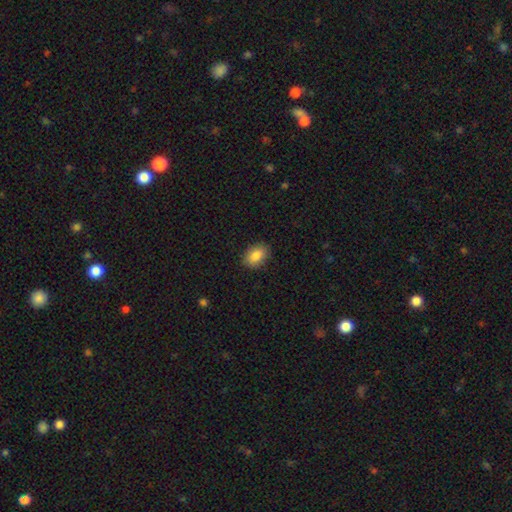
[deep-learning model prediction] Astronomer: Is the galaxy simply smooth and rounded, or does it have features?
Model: smooth — 86%.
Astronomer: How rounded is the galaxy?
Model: in between — 84%.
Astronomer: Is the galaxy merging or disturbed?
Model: none — 87%.